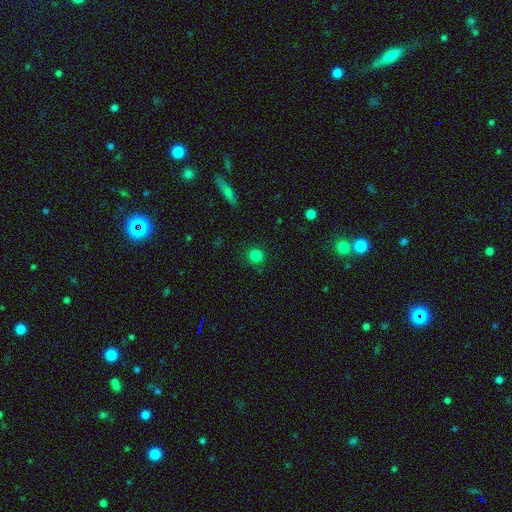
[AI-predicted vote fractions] Smooth or featured? smooth (82%)
How rounded? round (93%)
Merging? none (89%)